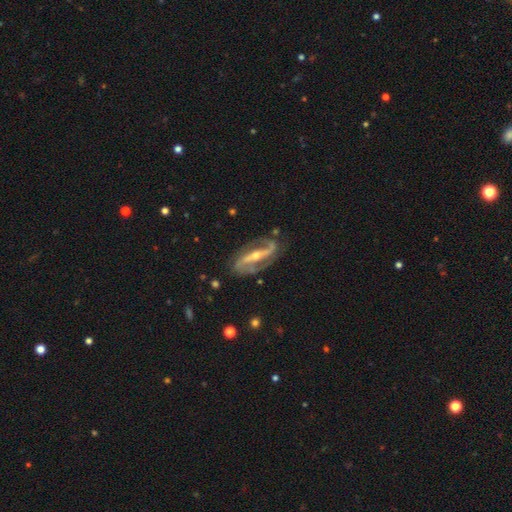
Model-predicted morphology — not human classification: Smooth or featured: featured or disk — 90% (smooth — 5%)
Edge-on disk: no — 91% (yes — 9%)
Bar: strong — 64% (weak — 21%)
Spiral arms: yes — 96% (no — 4%)
Spiral winding: medium — 42% (loose — 38%)
Spiral arm count: 2 — 92% (can't tell — 3%)
Bulge size: small — 51% (moderate — 45%)
Merging: none — 77% (minor disturbance — 15%)